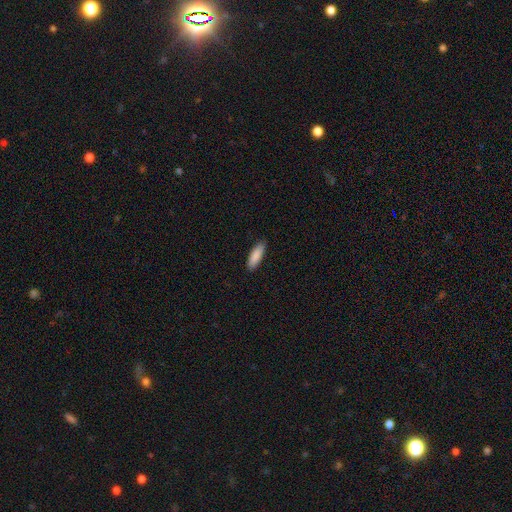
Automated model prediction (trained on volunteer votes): A smooth galaxy with no disk features (89%) that is in between round and cigar-shaped (53%). Merging: none (87%).